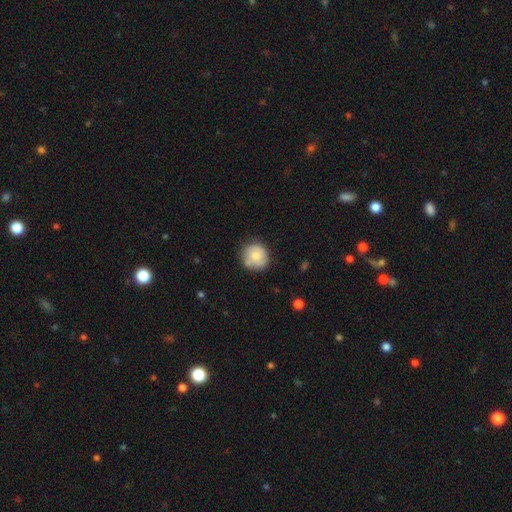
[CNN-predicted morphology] Smooth or featured?
  - smooth: 65% *
  - featured or disk: 28%
  - star or artifact: 7%
How rounded?
  - round: 90% *
  - in between: 9%
  - cigar-shaped: 1%
Merging?
  - none: 74% *
  - minor disturbance: 19%
  - major disturbance: 5%
  - merger: 3%